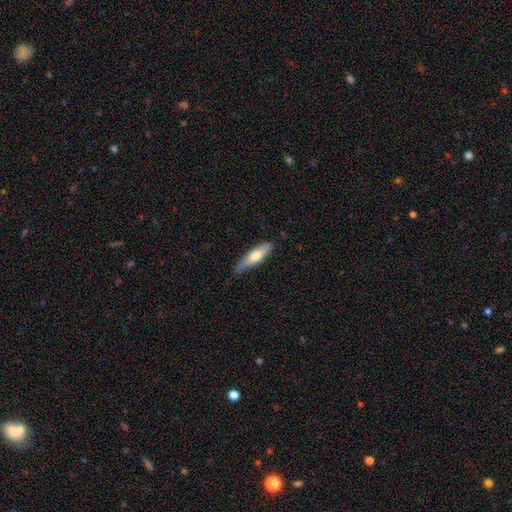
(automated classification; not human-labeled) Smooth or featured?
  - smooth: 60% *
  - featured or disk: 34%
  - star or artifact: 5%
How rounded?
  - cigar-shaped: 69% *
  - in between: 30%
  - round: 2%
Merging?
  - none: 75% *
  - minor disturbance: 20%
  - major disturbance: 3%
  - merger: 1%